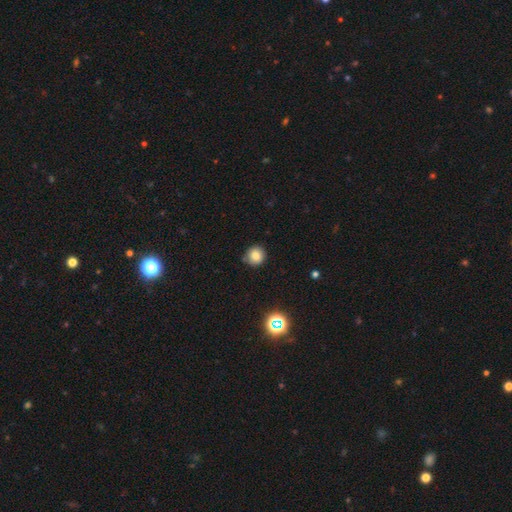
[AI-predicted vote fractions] Morphology: type=smooth (81%); roundness=round (92%); merging=none (82%).